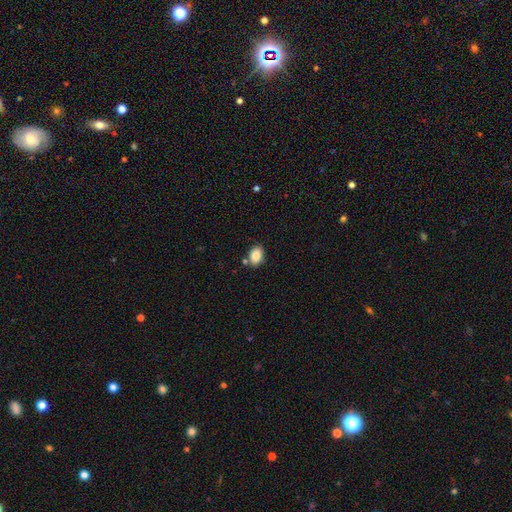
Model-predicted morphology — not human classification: Q: Smooth or featured?
A: smooth (85%); runner-up: star or artifact (8%)
Q: How rounded?
A: in between (72%); runner-up: round (27%)
Q: Merging?
A: none (77%); runner-up: minor disturbance (13%)